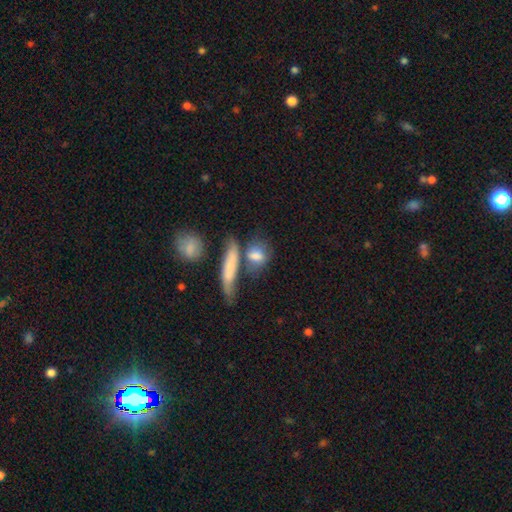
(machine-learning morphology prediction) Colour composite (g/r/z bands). It shows a smooth galaxy with no disk features (71%) that is in between round and cigar-shaped (55%). Merging: none (40%).